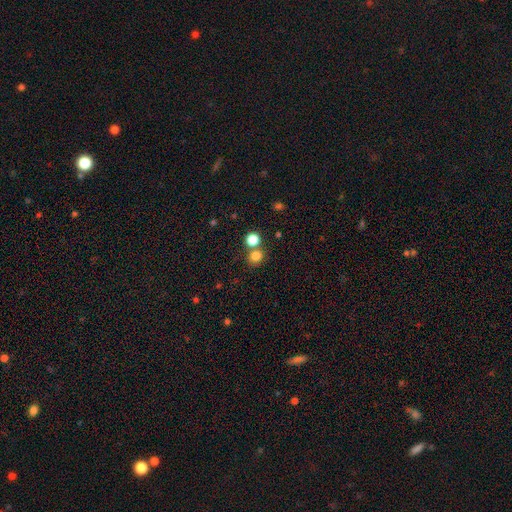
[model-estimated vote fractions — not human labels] Q: Smooth or featured?
A: smooth (80%); runner-up: star or artifact (14%)
Q: How rounded?
A: round (82%); runner-up: in between (17%)
Q: Merging?
A: none (62%); runner-up: merger (28%)